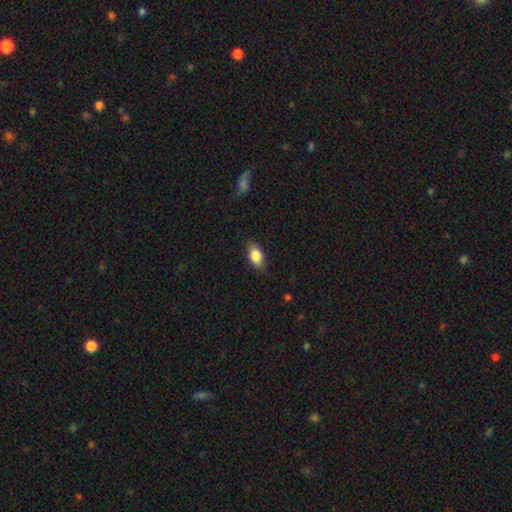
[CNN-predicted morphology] Smooth or featured?
  - smooth: 84% *
  - featured or disk: 9%
  - star or artifact: 7%
How rounded?
  - in between: 89% *
  - round: 7%
  - cigar-shaped: 4%
Merging?
  - none: 84% *
  - minor disturbance: 13%
  - major disturbance: 3%
  - merger: 1%